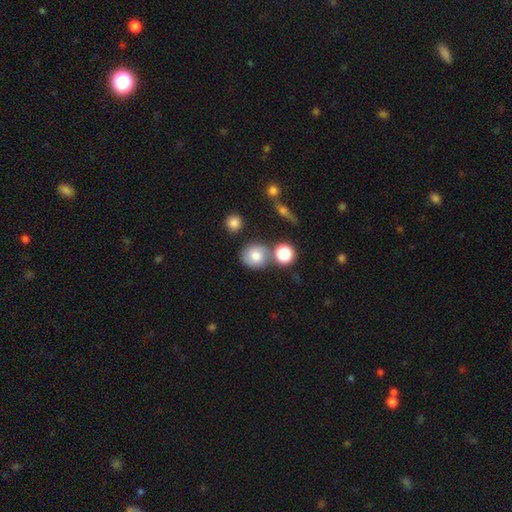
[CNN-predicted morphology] Smooth or featured?
  - smooth: 75% *
  - featured or disk: 14%
  - star or artifact: 11%
How rounded?
  - round: 78% *
  - in between: 21%
  - cigar-shaped: 1%
Merging?
  - none: 65% *
  - merger: 16%
  - minor disturbance: 14%
  - major disturbance: 5%